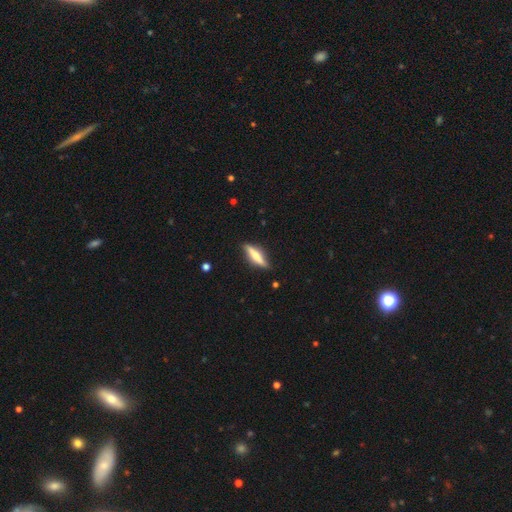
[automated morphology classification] A featured or disk galaxy (47%, tied with smooth). Merging: none (82%).